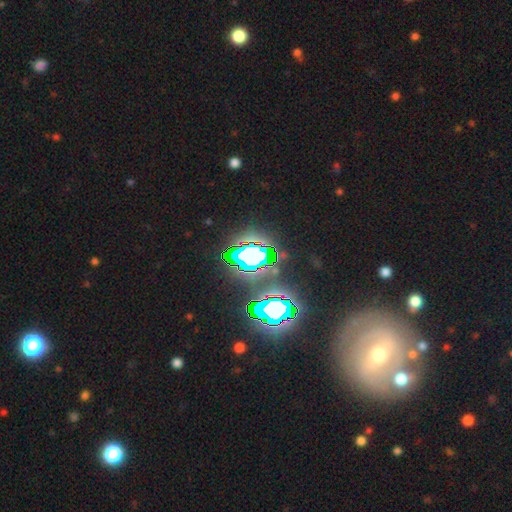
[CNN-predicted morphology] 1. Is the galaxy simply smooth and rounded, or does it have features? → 72% star or artifact, 14% featured or disk, 14% smooth.